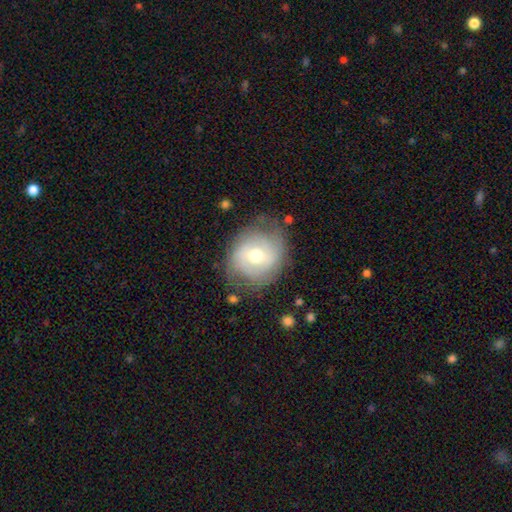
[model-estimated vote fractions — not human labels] smooth_or_featured: featured or disk (p=0.54) [alt: smooth p=0.39]
disk_edge_on: no (p=0.96) [alt: yes p=0.04]
bar: no (p=0.53) [alt: weak p=0.37]
has_spiral_arms: yes (p=0.69) [alt: no p=0.31]
bulge_size: moderate (p=0.71) [alt: small p=0.20]
merging: none (p=0.66) [alt: minor disturbance p=0.22]